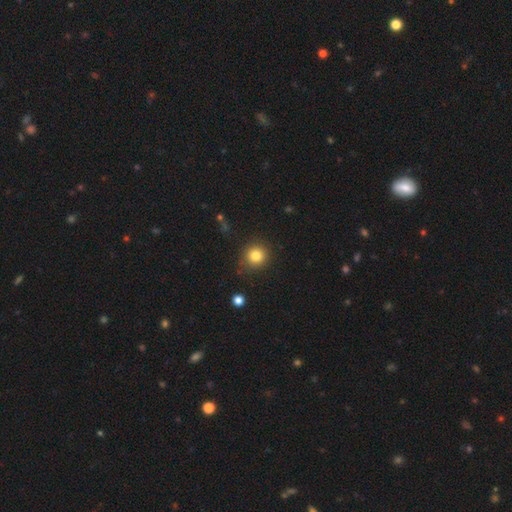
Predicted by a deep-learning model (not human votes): smooth-or-featured: smooth: 82% | star or artifact: 12% | featured or disk: 6%
  how-rounded: round: 90% | in between: 9% | cigar-shaped: 1%
  merging: none: 84% | minor disturbance: 11% | major disturbance: 3% | merger: 2%